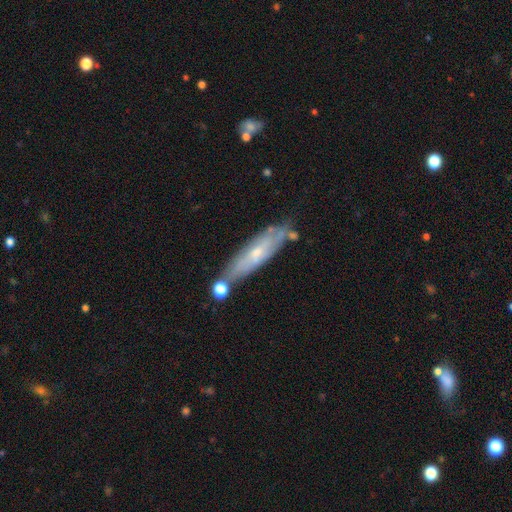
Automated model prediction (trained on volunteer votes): Smooth or featured?
  - featured or disk: 58% *
  - smooth: 34%
  - star or artifact: 8%
Edge-on disk?
  - no: 54% *
  - yes: 46%
Merging?
  - none: 71% *
  - minor disturbance: 17%
  - merger: 8%
  - major disturbance: 4%